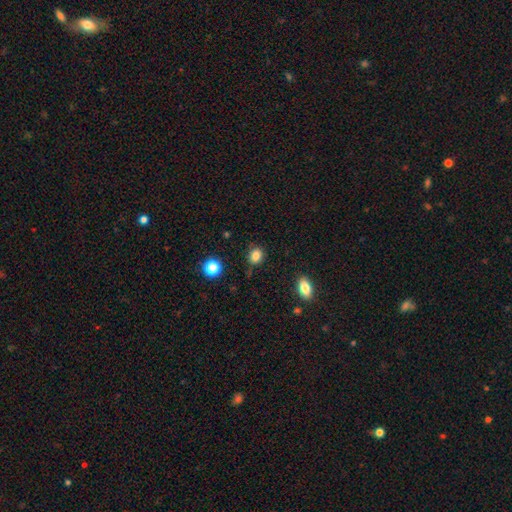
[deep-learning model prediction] Smooth or featured: smooth — 84% (star or artifact — 12%)
How rounded: round — 61% (in between — 38%)
Merging: none — 80% (minor disturbance — 14%)